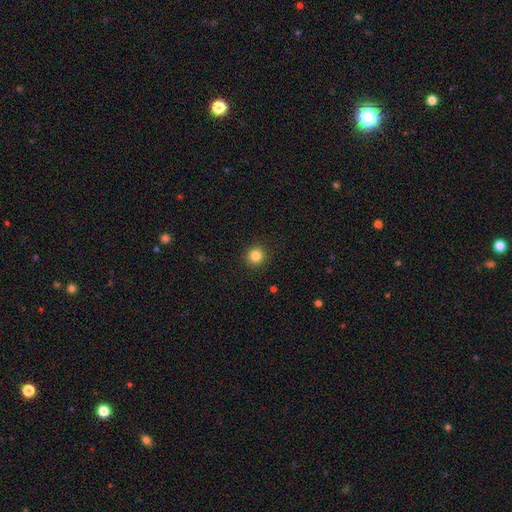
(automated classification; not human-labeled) Smooth or featured: smooth — 84% (star or artifact — 11%)
How rounded: round — 95% (in between — 4%)
Merging: none — 92% (minor disturbance — 5%)